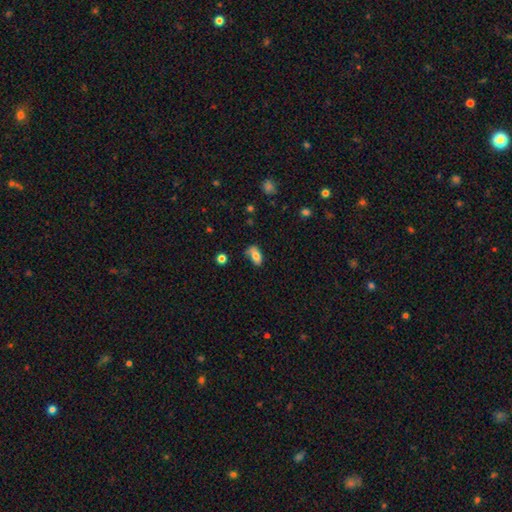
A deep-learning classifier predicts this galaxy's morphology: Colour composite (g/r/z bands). It shows a smooth galaxy with no disk features (77%) that is in between round and cigar-shaped (89%). Merging: none (50%).